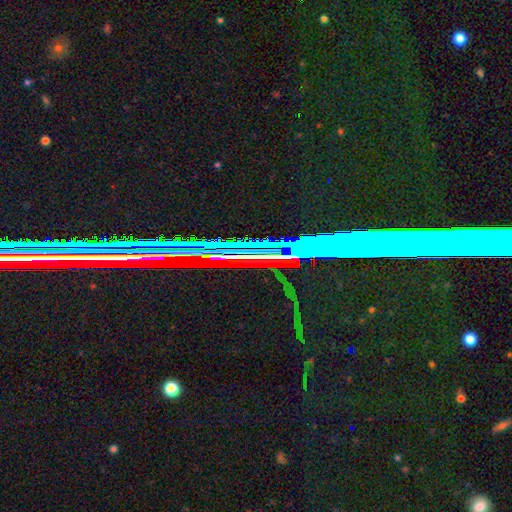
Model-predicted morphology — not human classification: smooth_or_featured: star or artifact (p=0.81) [alt: featured or disk p=0.12]